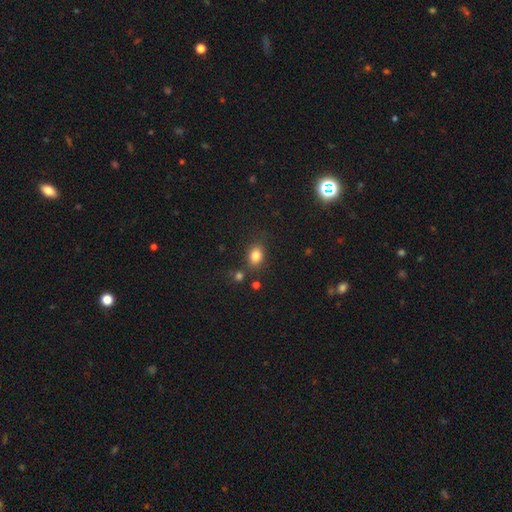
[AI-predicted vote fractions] Smooth or featured? Predicted: smooth (p=0.82). How rounded? Predicted: in between (p=0.63). Merging? Predicted: none (p=0.74).